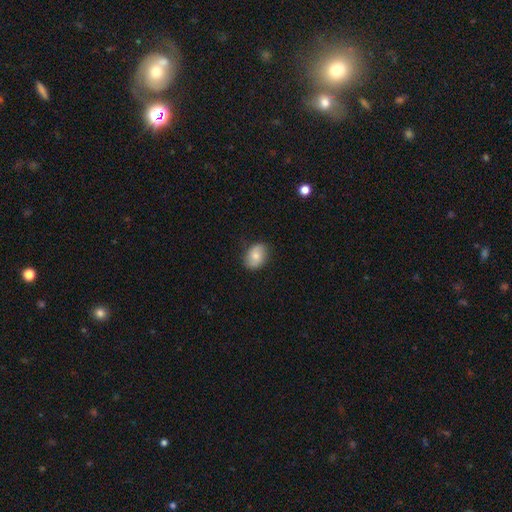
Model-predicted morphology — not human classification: This appears to be a smooth galaxy with no disk features (71%) that is in between round and cigar-shaped (72%). Merging: none (77%).